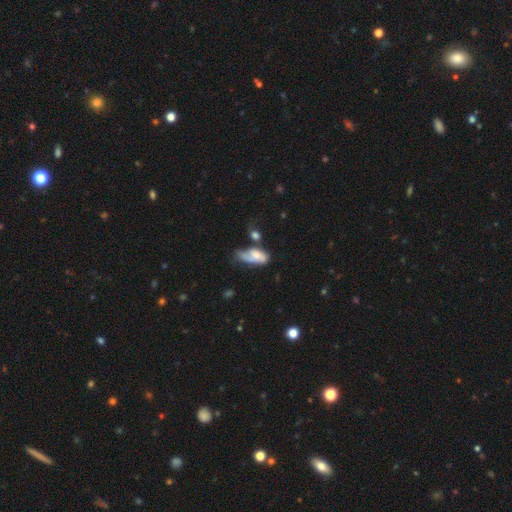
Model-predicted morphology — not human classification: smooth 56%, featured or disk 37%, star or artifact 8%. Down the decision tree: how rounded — in between (86%); merging — minor disturbance (27%).